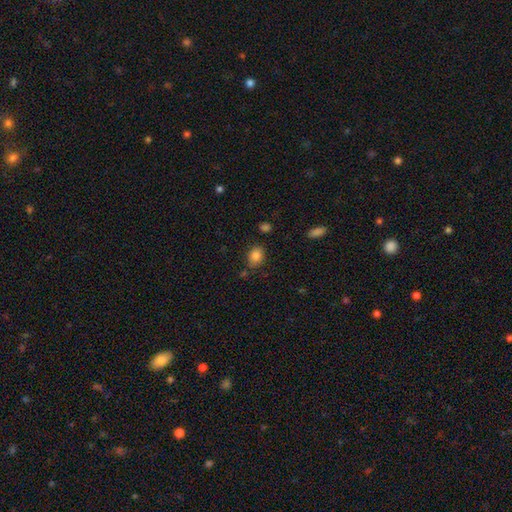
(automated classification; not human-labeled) The model was most divided on "how rounded": in between: 61%, round: 38%, cigar-shaped: 1%. More confident: smooth or featured — smooth (84%); merging — none (78%).